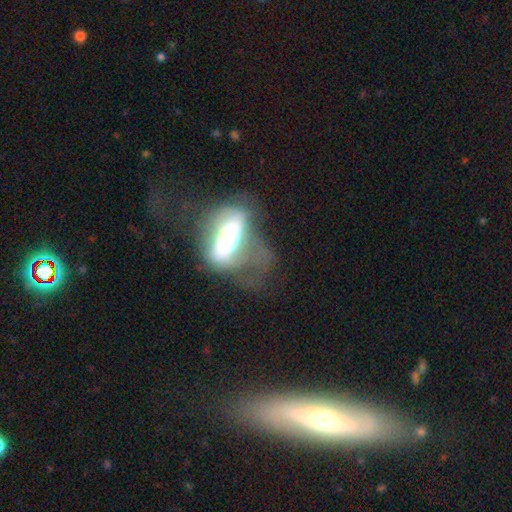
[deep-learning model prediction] smooth_or_featured: featured or disk (p=0.54) [alt: smooth p=0.35]
disk_edge_on: no (p=0.69) [alt: yes p=0.31]
merging: major disturbance (p=0.49) [alt: none p=0.25]